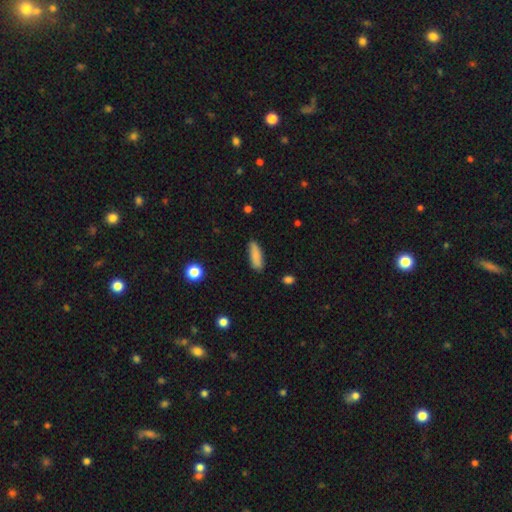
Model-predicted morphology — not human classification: Smooth or featured?
  - smooth: 85% *
  - featured or disk: 8%
  - star or artifact: 7%
How rounded?
  - in between: 50% *
  - cigar-shaped: 47%
  - round: 2%
Merging?
  - none: 82% *
  - minor disturbance: 13%
  - major disturbance: 2%
  - merger: 2%